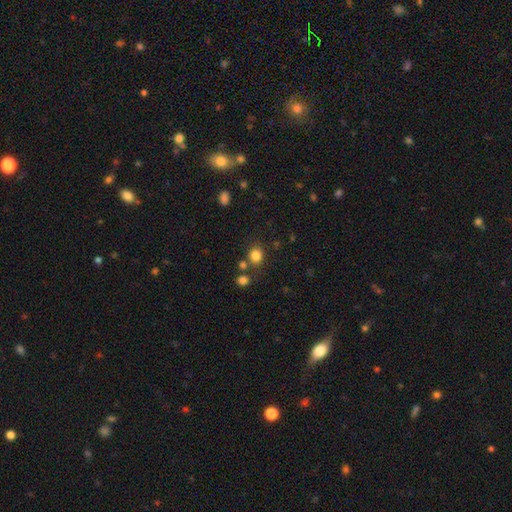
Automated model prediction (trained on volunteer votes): smooth-or-featured: smooth: 82% | star or artifact: 13% | featured or disk: 5%
  how-rounded: round: 73% | in between: 27% | cigar-shaped: 1%
  merging: none: 76% | merger: 11% | minor disturbance: 10% | major disturbance: 4%